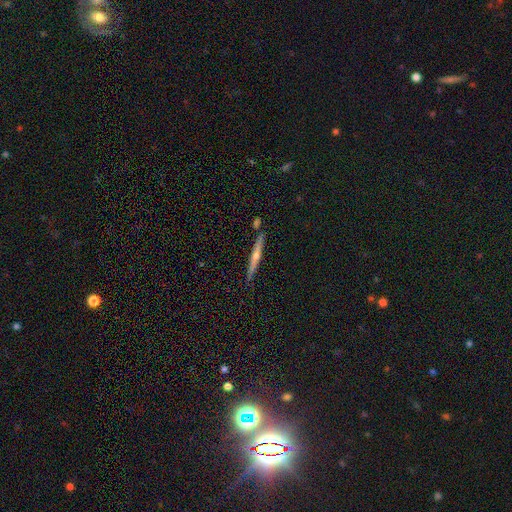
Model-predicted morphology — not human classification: The model was most divided on "smooth or featured": featured or disk: 68%, smooth: 23%, star or artifact: 9%. More confident: edge-on disk — yes (98%); merging — none (89%); edge-on bulge — rounded (77%).